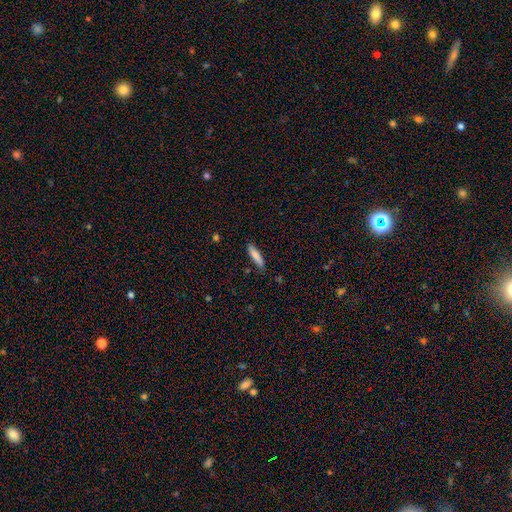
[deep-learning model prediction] This appears to be a smooth galaxy with no disk features (84%) that is cigar-shaped (77%). Merging: none (84%).